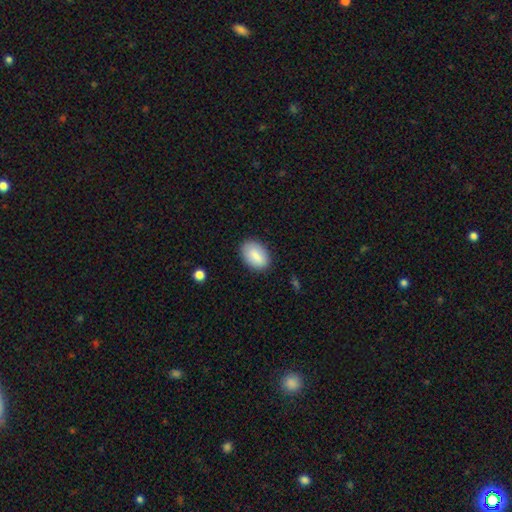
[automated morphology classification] Q: Smooth or featured?
A: smooth (87%); runner-up: featured or disk (7%)
Q: How rounded?
A: in between (90%); runner-up: round (9%)
Q: Merging?
A: none (85%); runner-up: minor disturbance (11%)